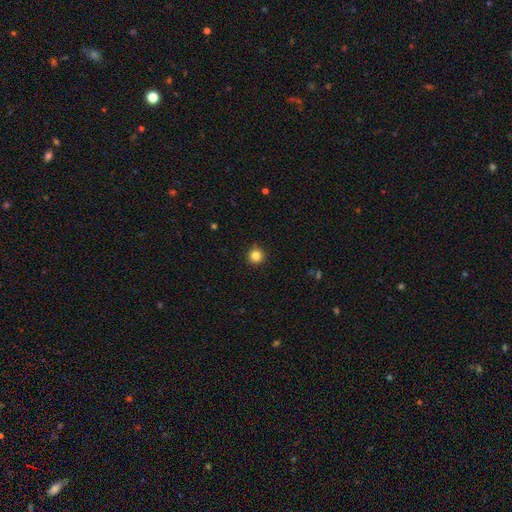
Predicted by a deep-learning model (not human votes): A smooth galaxy with no disk features (84%) that is round (95%). Merging: none (92%).